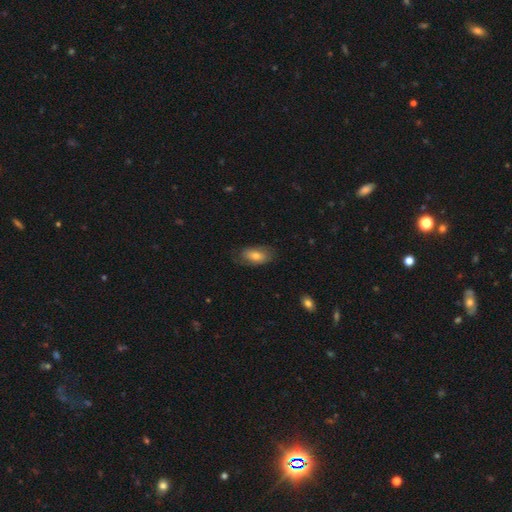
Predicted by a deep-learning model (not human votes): Smooth or featured: smooth — 66% (featured or disk — 27%)
How rounded: in between — 90% (round — 5%)
Merging: none — 71% (minor disturbance — 21%)